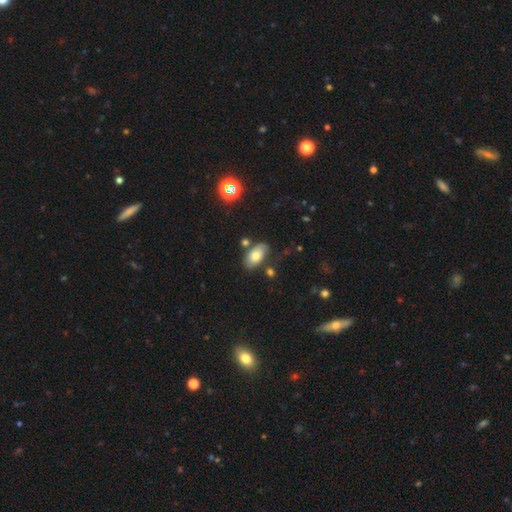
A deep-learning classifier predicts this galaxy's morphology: The model was most divided on "smooth or featured": smooth: 71%, featured or disk: 19%, star or artifact: 9%. More confident: how rounded — in between (93%); merging — none (71%).